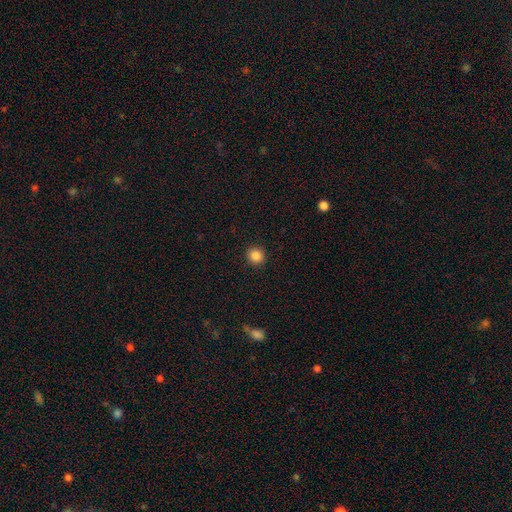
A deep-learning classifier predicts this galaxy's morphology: A smooth galaxy with no disk features (86%) that is round (92%). Merging: none (93%).